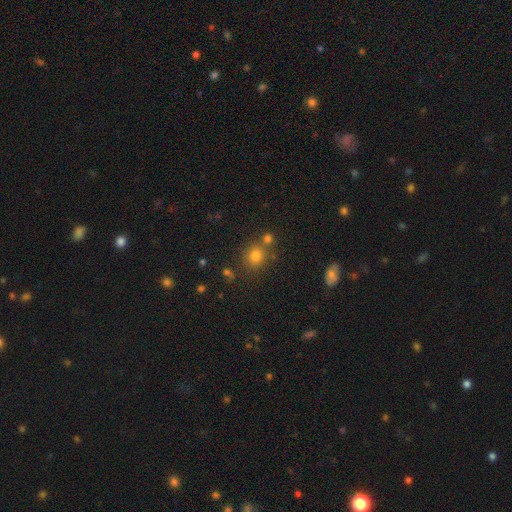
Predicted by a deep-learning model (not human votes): smooth-or-featured: smooth: 77% | star or artifact: 16% | featured or disk: 8%
  how-rounded: round: 85% | in between: 14% | cigar-shaped: 1%
  merging: none: 72% | merger: 16% | minor disturbance: 9% | major disturbance: 3%